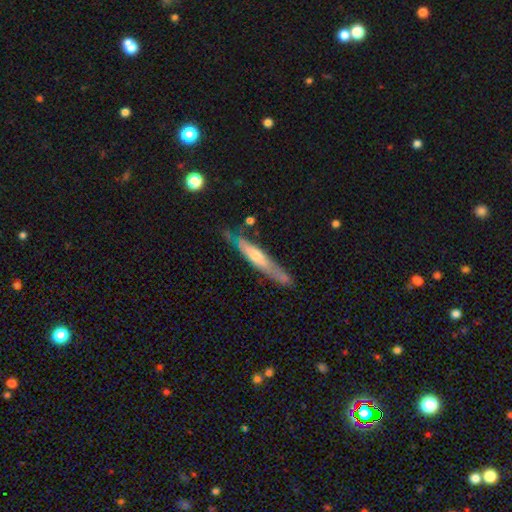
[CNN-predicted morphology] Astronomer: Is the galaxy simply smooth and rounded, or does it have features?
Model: featured or disk — 51% (runner-up: smooth, 44%).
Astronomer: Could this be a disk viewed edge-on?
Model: yes — 80%.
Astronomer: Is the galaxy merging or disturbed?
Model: none — 65%.